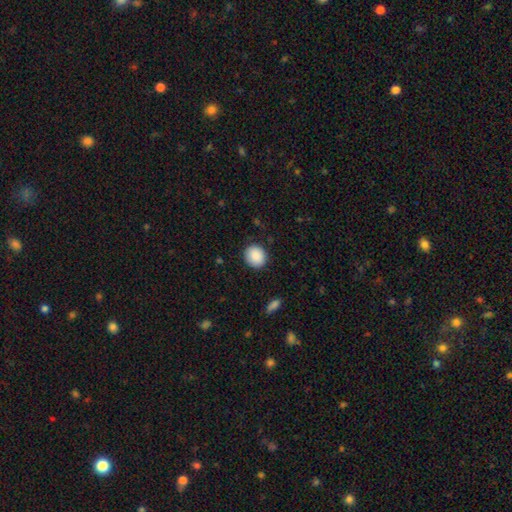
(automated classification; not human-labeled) A smooth galaxy with no disk features (89%) that is round (78%).

Vote fractions:
- Smooth or featured? smooth: 89% / star or artifact: 7% / featured or disk: 3%
- How rounded? round: 78% / in between: 21% / cigar-shaped: 1%
- Merging? none: 88% / minor disturbance: 9% / major disturbance: 2% / merger: 1%